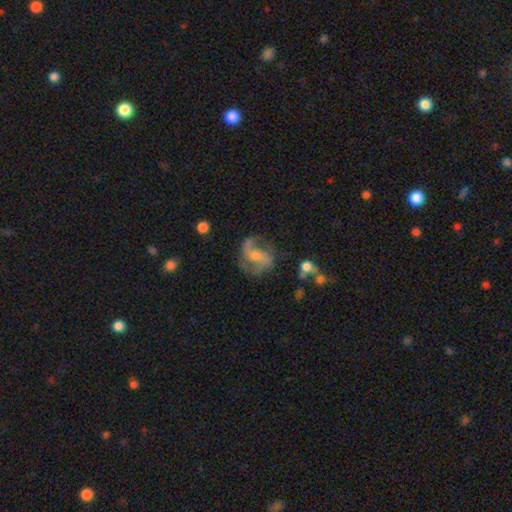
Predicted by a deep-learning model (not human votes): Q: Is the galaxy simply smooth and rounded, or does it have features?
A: featured or disk — 78%.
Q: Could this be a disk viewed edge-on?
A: no — 97%.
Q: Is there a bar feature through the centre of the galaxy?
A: weak — 39%.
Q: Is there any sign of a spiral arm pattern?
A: yes — 91%.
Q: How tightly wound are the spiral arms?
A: medium — 45%.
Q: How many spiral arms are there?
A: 2 — 80%.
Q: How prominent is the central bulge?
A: small — 54%.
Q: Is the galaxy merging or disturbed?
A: none — 60%.